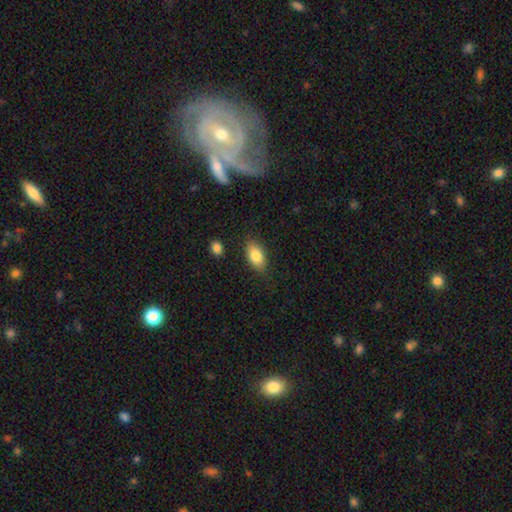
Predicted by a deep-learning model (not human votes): Smooth or featured? smooth (83%)
How rounded? in between (90%)
Merging? none (82%)